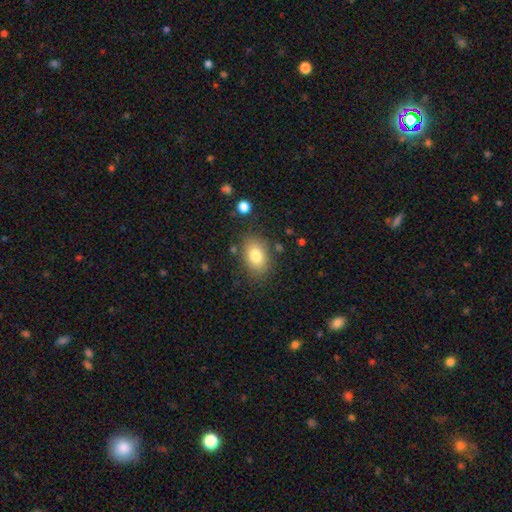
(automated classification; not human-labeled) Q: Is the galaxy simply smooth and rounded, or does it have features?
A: smooth — 81%.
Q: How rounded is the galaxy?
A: in between — 80%.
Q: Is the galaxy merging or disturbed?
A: none — 80%.